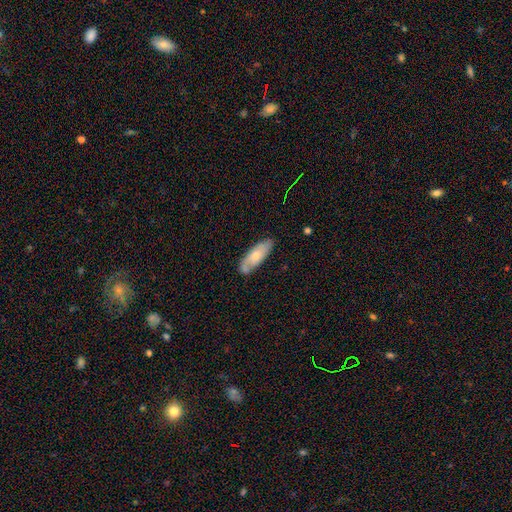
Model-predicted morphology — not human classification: Smooth or featured?
  - smooth: 57% *
  - featured or disk: 38%
  - star or artifact: 6%
How rounded?
  - in between: 66% *
  - cigar-shaped: 32%
  - round: 2%
Merging?
  - none: 76% *
  - minor disturbance: 18%
  - major disturbance: 4%
  - merger: 2%